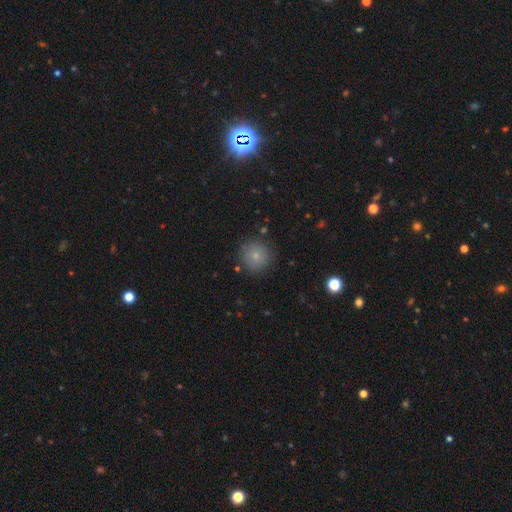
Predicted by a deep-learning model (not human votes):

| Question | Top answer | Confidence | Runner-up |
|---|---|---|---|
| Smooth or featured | smooth | 78% | star or artifact (12%) |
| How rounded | round | 95% | in between (4%) |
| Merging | none | 86% | minor disturbance (10%) |